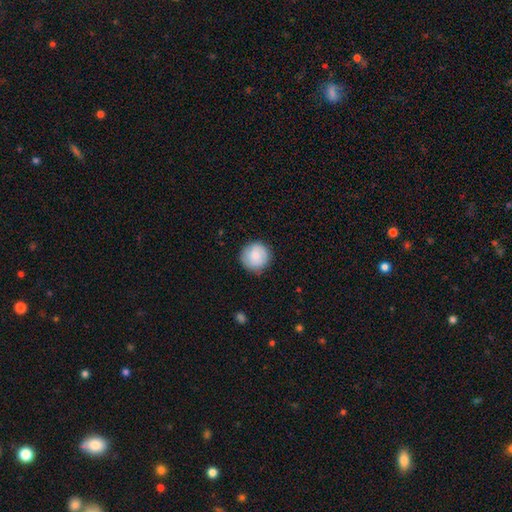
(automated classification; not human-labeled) This appears to be a smooth galaxy with no disk features (77%) that is round (94%). Merging: none (85%).